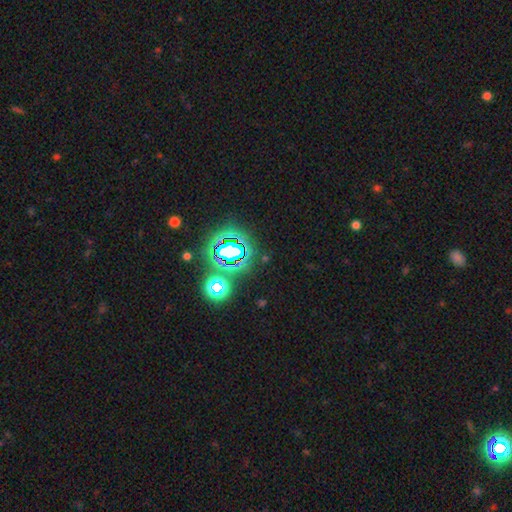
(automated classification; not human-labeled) smooth_or_featured: star or artifact (p=0.77) [alt: smooth p=0.15]